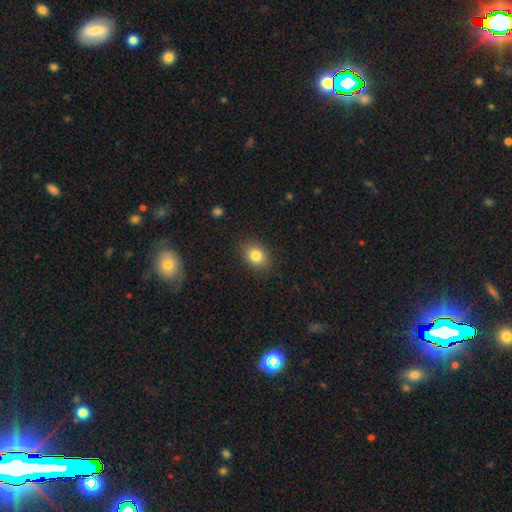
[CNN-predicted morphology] A smooth galaxy with no disk features (83%) that is in between round and cigar-shaped (63%). Merging: none (86%).